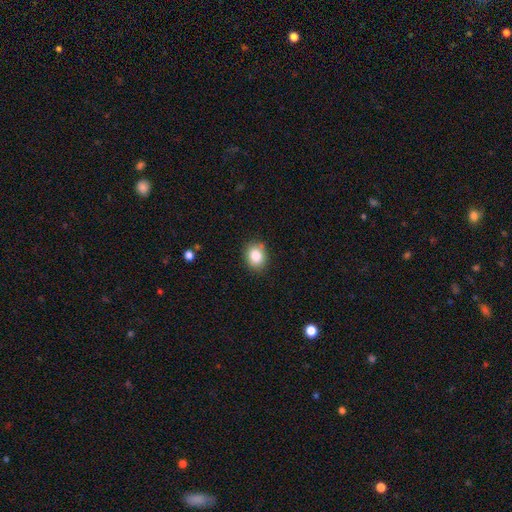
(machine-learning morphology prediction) This appears to be a smooth galaxy with no disk features (83%) that is round (54%). Merging: none (83%).